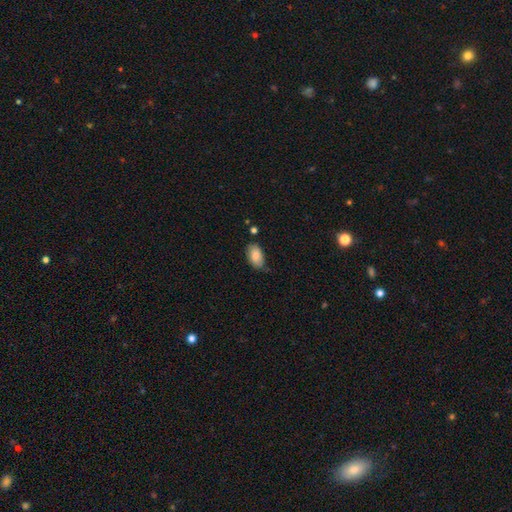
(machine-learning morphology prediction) This appears to be a smooth galaxy with no disk features (82%) that is in between round and cigar-shaped (93%). Merging: none (69%).